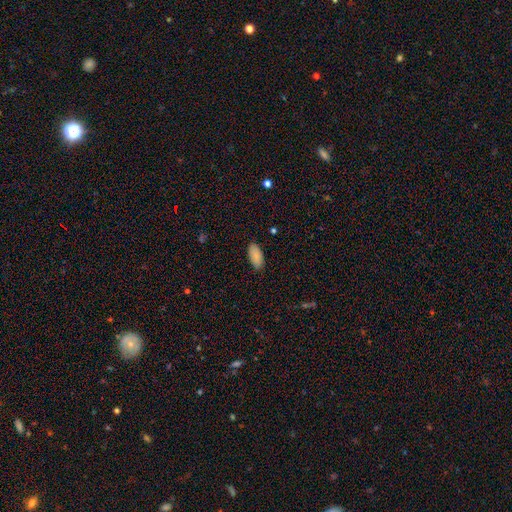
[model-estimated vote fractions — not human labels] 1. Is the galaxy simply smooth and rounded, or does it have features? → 88% smooth, 6% star or artifact, 6% featured or disk.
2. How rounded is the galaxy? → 93% in between, 6% cigar-shaped, 2% round.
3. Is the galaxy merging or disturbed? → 86% none, 11% minor disturbance, 2% major disturbance, 1% merger.